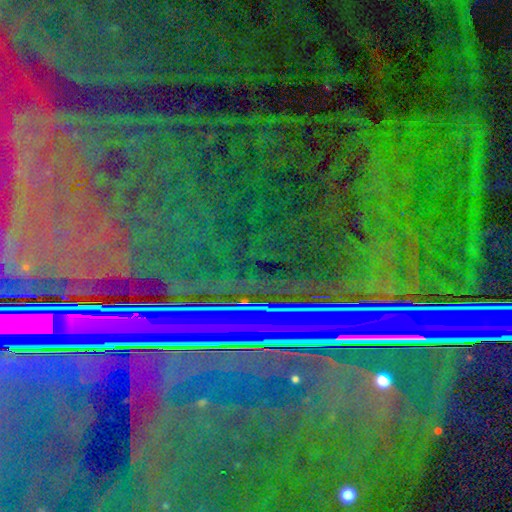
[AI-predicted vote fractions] Overall: star or artifact (86%).